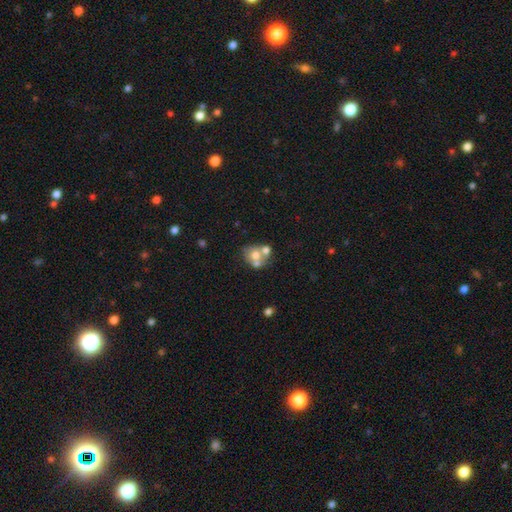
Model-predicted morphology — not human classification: smooth-or-featured: smooth: 54% | featured or disk: 34% | star or artifact: 11%
  how-rounded: round: 64% | in between: 36% | cigar-shaped: 1%
  merging: merger: 51% | none: 33% | minor disturbance: 10% | major disturbance: 6%